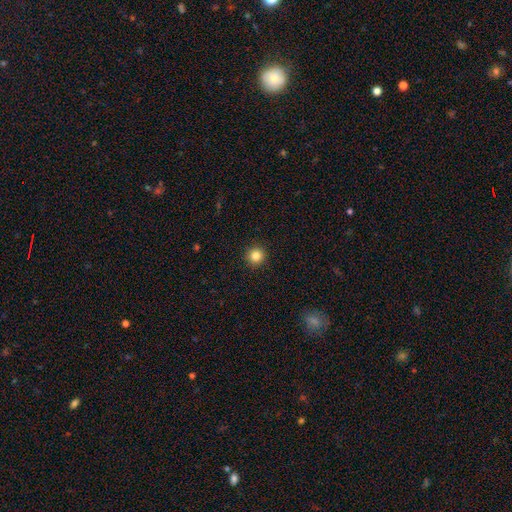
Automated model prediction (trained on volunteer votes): Morphology: type=smooth (84%); roundness=round (95%); merging=none (93%).